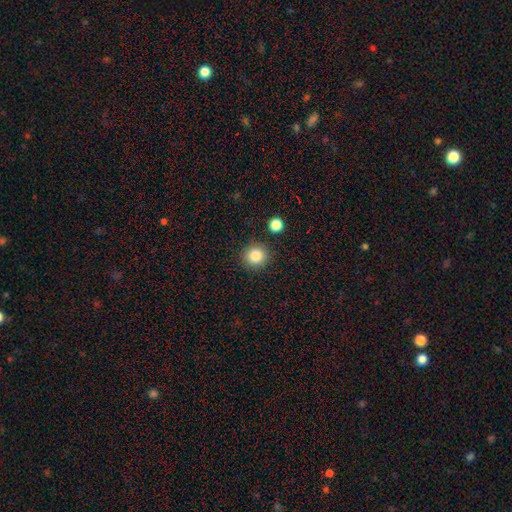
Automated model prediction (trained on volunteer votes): This appears to be a smooth galaxy with no disk features (84%) that is round (93%). Merging: none (89%).